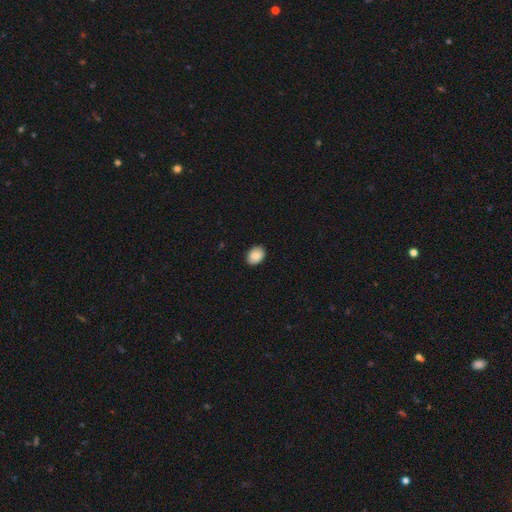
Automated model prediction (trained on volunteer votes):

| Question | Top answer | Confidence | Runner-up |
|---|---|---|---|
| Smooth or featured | smooth | 86% | star or artifact (7%) |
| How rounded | in between | 72% | round (27%) |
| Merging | none | 87% | minor disturbance (10%) |